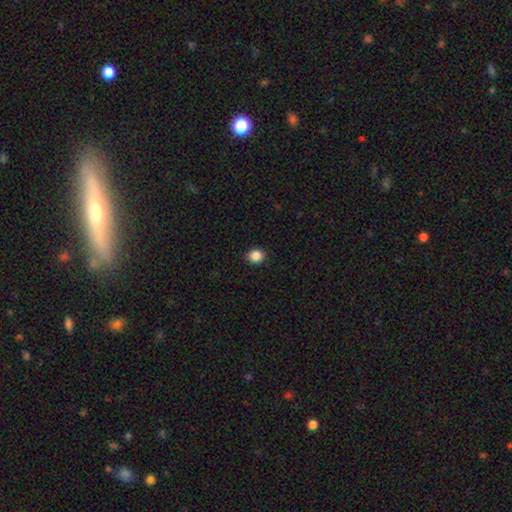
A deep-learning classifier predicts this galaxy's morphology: smooth_or_featured: smooth (p=0.87) [alt: star or artifact p=0.10]
how_rounded: round (p=0.86) [alt: in between p=0.13]
merging: none (p=0.92) [alt: minor disturbance p=0.06]